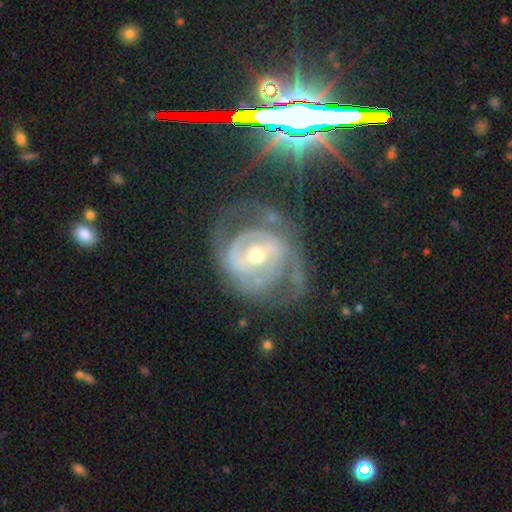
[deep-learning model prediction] Smooth or featured? Predicted: featured or disk (p=0.82). Edge-on disk? Predicted: no (p=0.97). Bar? Predicted: no (p=0.38, tied with weak). Spiral arms? Predicted: yes (p=0.89). Spiral winding? Predicted: tight (p=0.48). Spiral arm count? Predicted: 2 (p=0.52). Bulge size? Predicted: moderate (p=0.54). Merging? Predicted: none (p=0.55).